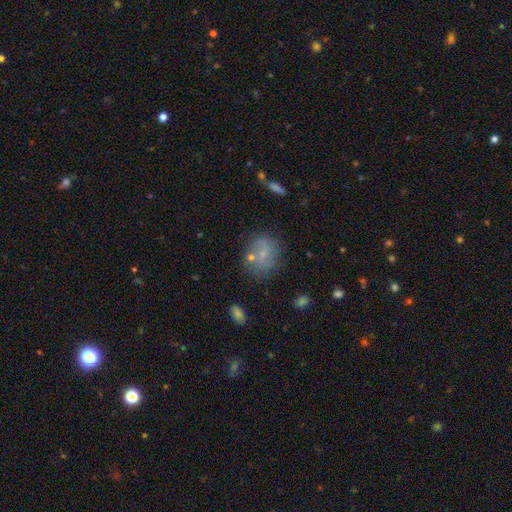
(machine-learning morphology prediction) type=smooth (55%); roundness=round (55%); merging=none (62%).